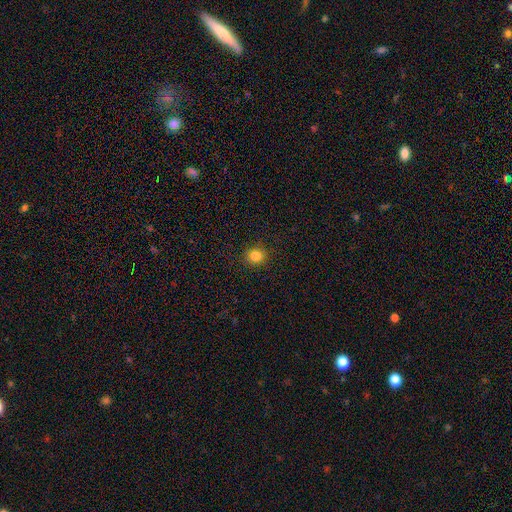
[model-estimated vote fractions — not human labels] smooth-or-featured: smooth: 84% | star or artifact: 12% | featured or disk: 5%
  how-rounded: round: 87% | in between: 12% | cigar-shaped: 1%
  merging: none: 91% | minor disturbance: 6% | major disturbance: 2% | merger: 1%